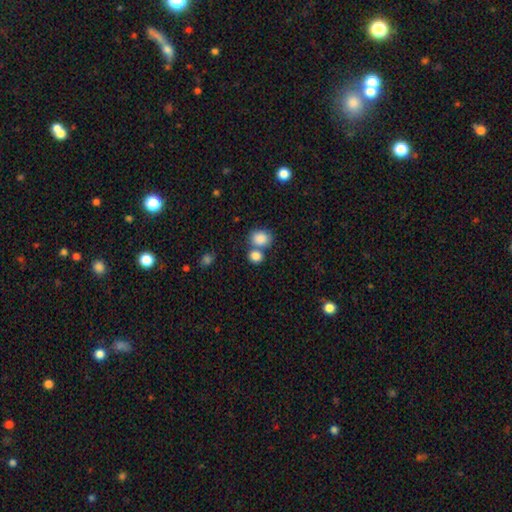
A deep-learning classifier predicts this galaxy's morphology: This appears to be a smooth galaxy with no disk features (84%) that is round (66%). Merging: none (48%).